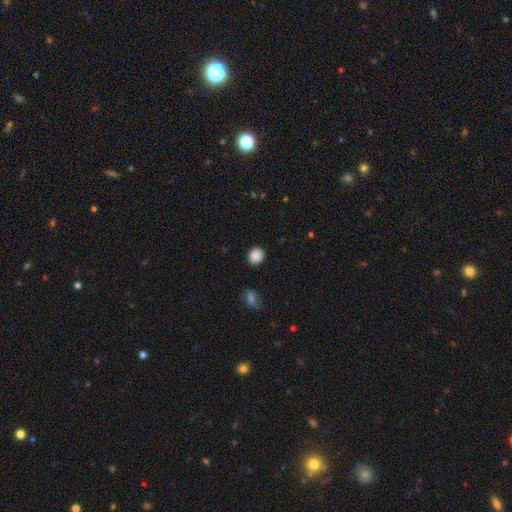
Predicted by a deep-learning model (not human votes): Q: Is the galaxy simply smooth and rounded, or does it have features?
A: smooth — 88%.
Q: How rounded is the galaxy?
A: round — 76%.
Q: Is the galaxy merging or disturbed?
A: none — 89%.